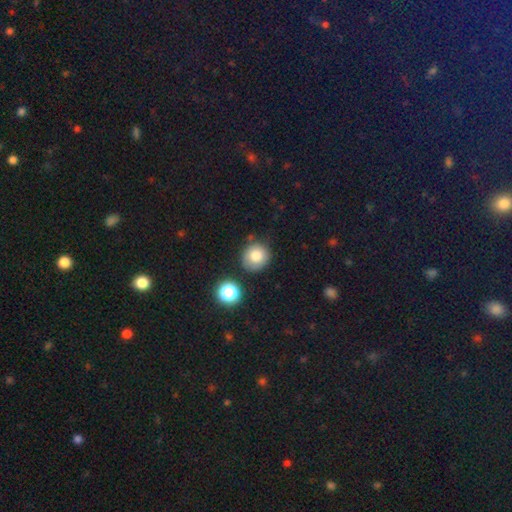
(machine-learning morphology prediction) Smooth or featured?
  - smooth: 79% *
  - star or artifact: 11%
  - featured or disk: 10%
How rounded?
  - round: 89% *
  - in between: 10%
  - cigar-shaped: 1%
Merging?
  - none: 79% *
  - minor disturbance: 12%
  - merger: 5%
  - major disturbance: 3%